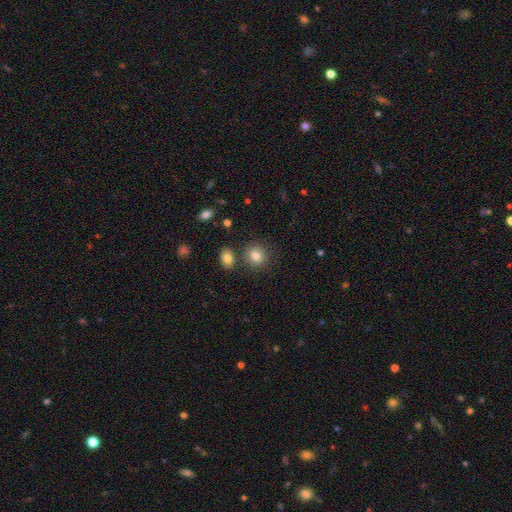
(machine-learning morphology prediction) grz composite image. It shows a smooth galaxy with no disk features (83%) that is round (78%). Merging: none (79%).